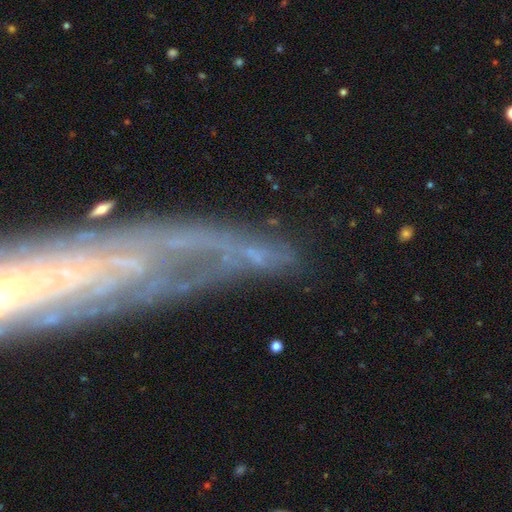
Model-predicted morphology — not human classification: The model was most divided on "merging": none: 55%, minor disturbance: 19%, major disturbance: 18%, merger: 8%. More confident: edge-on disk — no (74%); smooth or featured — featured or disk (59%).